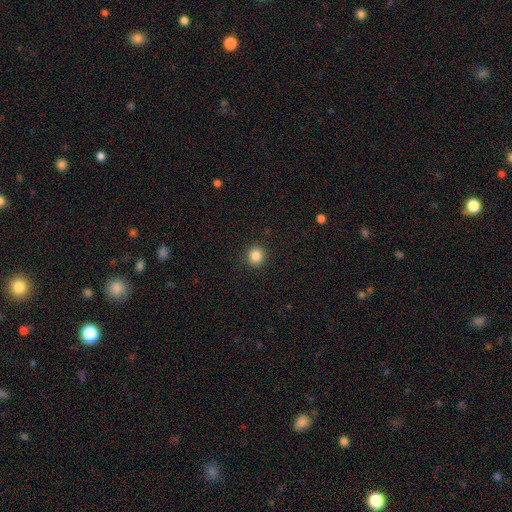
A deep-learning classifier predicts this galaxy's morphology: Overall: smooth (86%). How rounded: round (91%). Merging: none (91%).